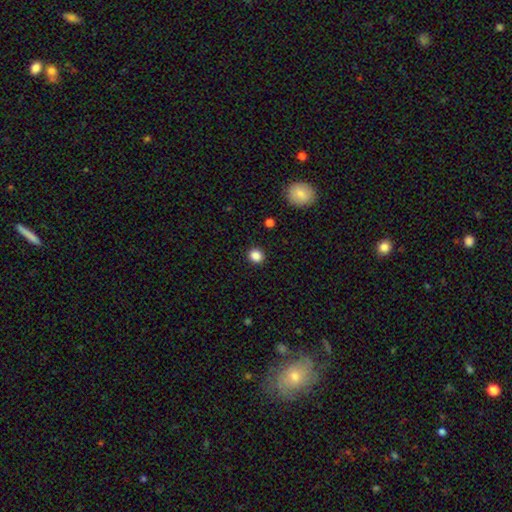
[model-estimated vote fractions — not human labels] A smooth galaxy with no disk features (86%) that is round (82%).

Vote fractions:
- Smooth or featured? smooth: 86% / star or artifact: 11% / featured or disk: 3%
- How rounded? round: 82% / in between: 17% / cigar-shaped: 1%
- Merging? none: 90% / minor disturbance: 6% / major disturbance: 2% / merger: 1%